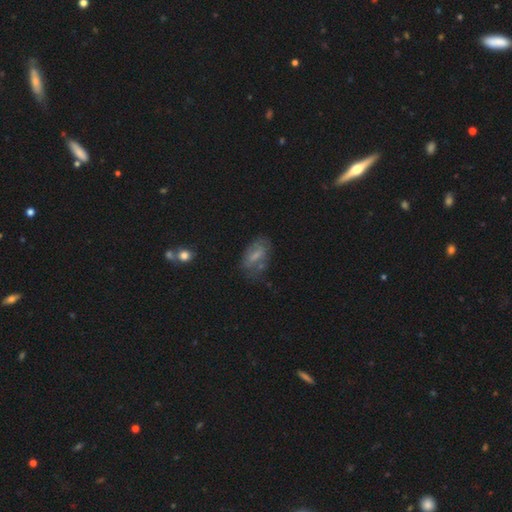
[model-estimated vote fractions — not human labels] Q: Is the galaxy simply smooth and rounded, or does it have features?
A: smooth — 52%.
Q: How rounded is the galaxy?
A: in between — 85%.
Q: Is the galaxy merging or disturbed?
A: none — 55%.